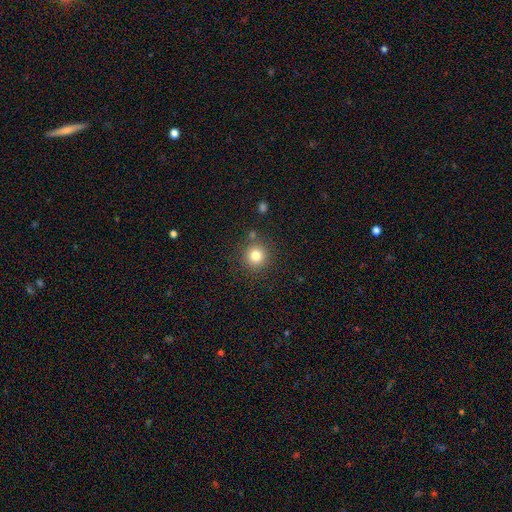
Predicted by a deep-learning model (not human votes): Smooth or featured?
  - smooth: 80% *
  - star or artifact: 13%
  - featured or disk: 7%
How rounded?
  - round: 94% *
  - in between: 5%
  - cigar-shaped: 1%
Merging?
  - none: 84% *
  - minor disturbance: 8%
  - merger: 5%
  - major disturbance: 3%